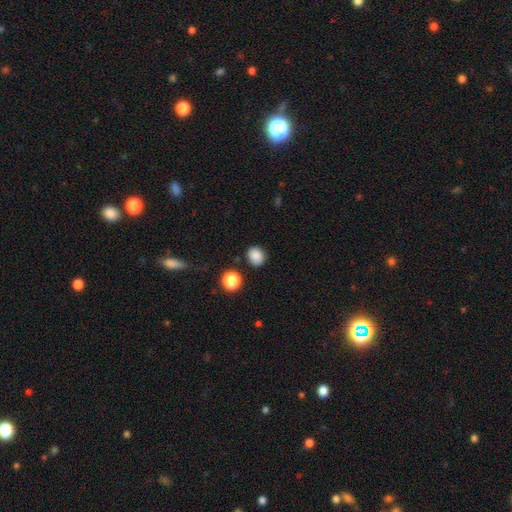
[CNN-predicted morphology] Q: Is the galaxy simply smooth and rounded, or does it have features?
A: smooth — 86%.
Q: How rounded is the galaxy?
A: round — 72%.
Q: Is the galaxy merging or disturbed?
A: none — 85%.